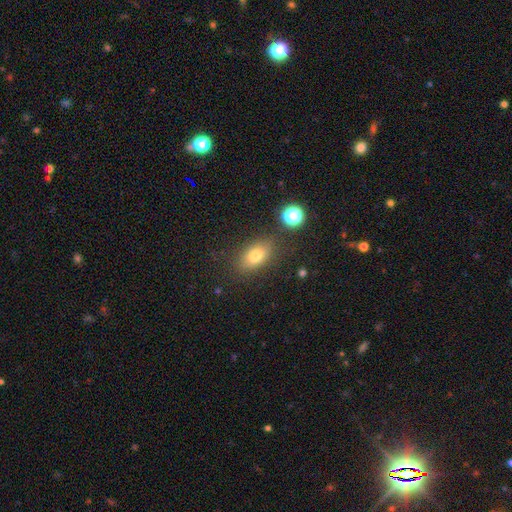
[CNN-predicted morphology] smooth_or_featured: smooth (p=0.74) [alt: featured or disk p=0.14]
how_rounded: in between (p=0.82) [alt: round p=0.12]
merging: none (p=0.82) [alt: minor disturbance p=0.12]